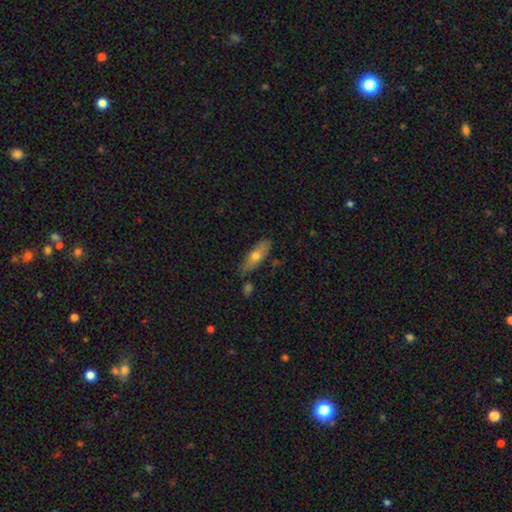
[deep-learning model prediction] smooth 62%, featured or disk 31%, star or artifact 7%. Down the decision tree: how rounded — in between (59%); merging — none (72%).